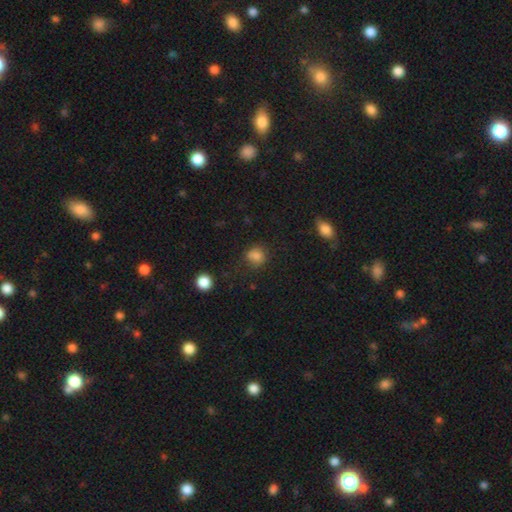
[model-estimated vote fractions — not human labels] A smooth galaxy with no disk features (82%) that is round (71%). Merging: none (70%).